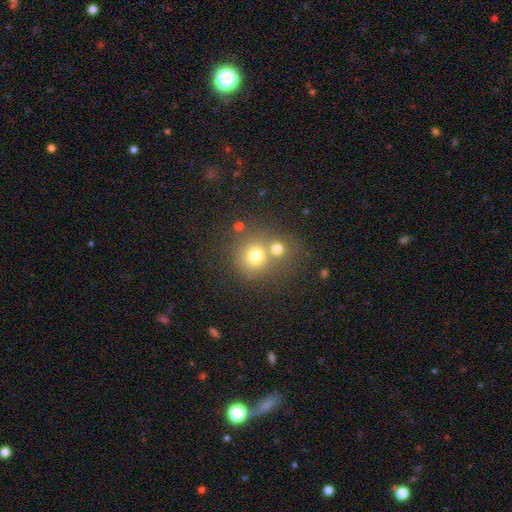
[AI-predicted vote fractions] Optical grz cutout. It shows a smooth galaxy with no disk features (71%) that is round (88%). Merging: none (52%).